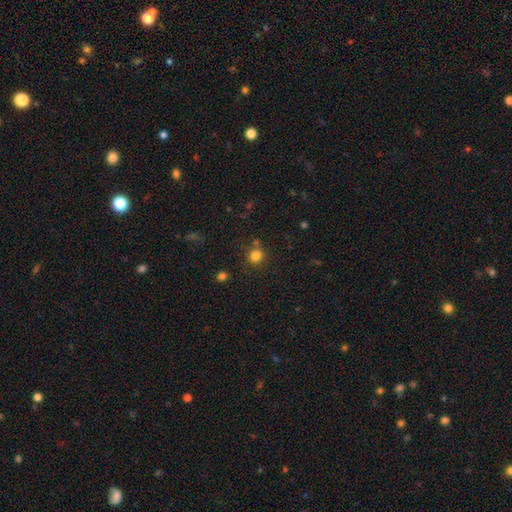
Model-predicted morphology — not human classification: Smooth or featured? Predicted: smooth (p=0.81). How rounded? Predicted: round (p=0.87). Merging? Predicted: none (p=0.75).